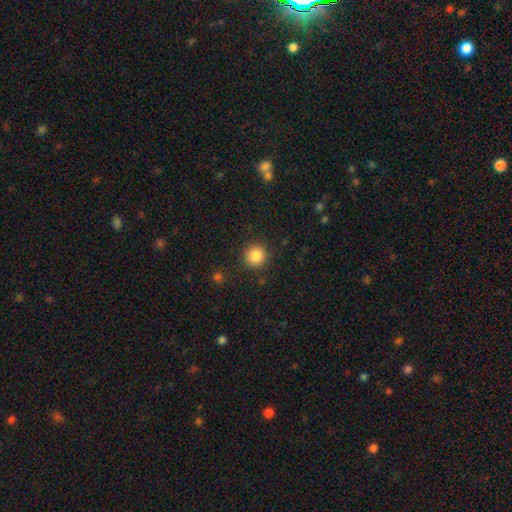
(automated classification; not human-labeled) Smooth or featured?
  - smooth: 85% *
  - star or artifact: 10%
  - featured or disk: 5%
How rounded?
  - round: 92% *
  - in between: 7%
  - cigar-shaped: 1%
Merging?
  - none: 89% *
  - minor disturbance: 7%
  - major disturbance: 3%
  - merger: 1%